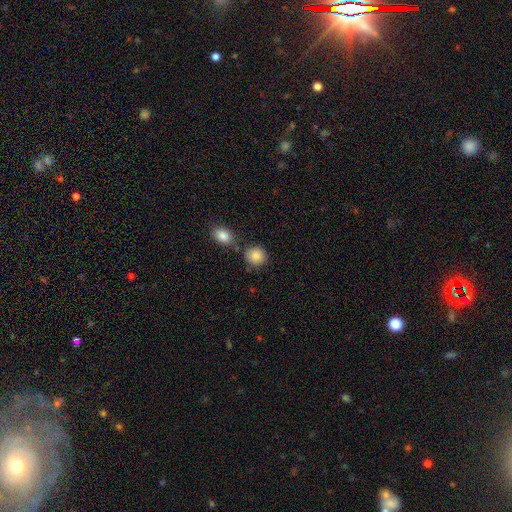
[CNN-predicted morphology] A smooth galaxy with no disk features (86%) that is round (84%).

Vote fractions:
- Smooth or featured? smooth: 86% / star or artifact: 8% / featured or disk: 6%
- How rounded? round: 84% / in between: 15% / cigar-shaped: 1%
- Merging? none: 72% / merger: 14% / minor disturbance: 11% / major disturbance: 3%